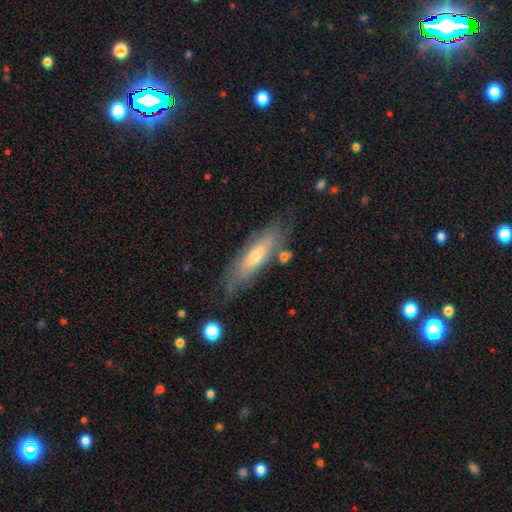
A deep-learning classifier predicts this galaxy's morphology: Q: Smooth or featured?
A: smooth (47%); tied with: featured or disk (47%)
Q: Merging?
A: none (69%); runner-up: minor disturbance (20%)